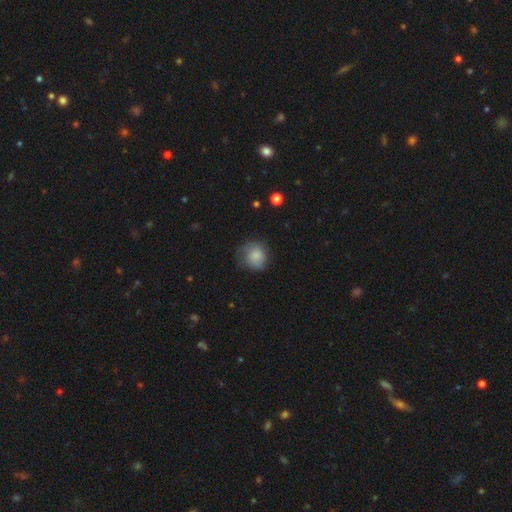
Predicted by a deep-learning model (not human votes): Morphology: type=smooth (80%); roundness=round (83%); merging=none (61%).